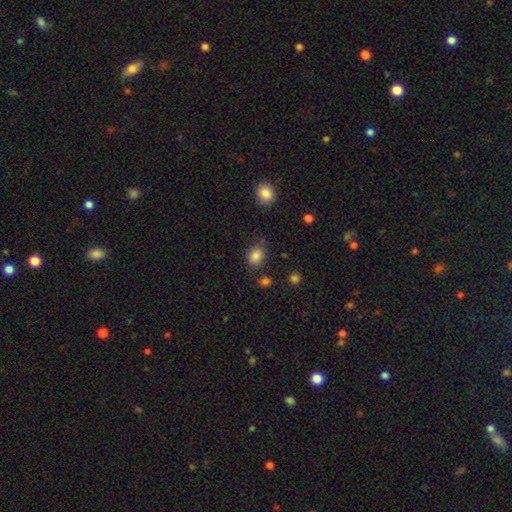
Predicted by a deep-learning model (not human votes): The model was most divided on "how rounded": round: 58%, in between: 41%, cigar-shaped: 1%. More confident: smooth or featured — smooth (84%); merging — none (76%).